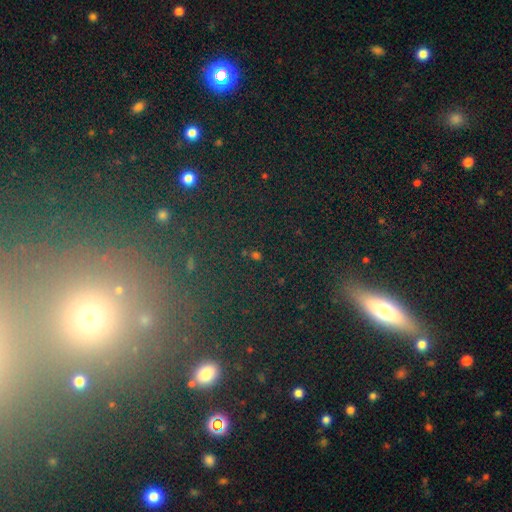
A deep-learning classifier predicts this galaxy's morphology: smooth-or-featured: smooth: 40% (tied) | star or artifact: 40% (tied) | featured or disk: 21%
  merging: none: 84% | minor disturbance: 8% | major disturbance: 4% | merger: 4%